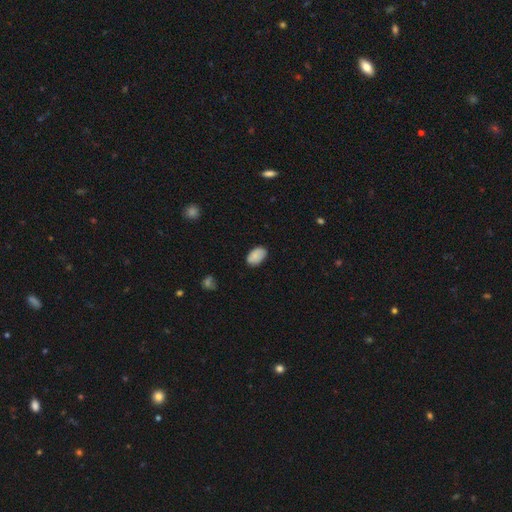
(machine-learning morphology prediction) Smooth or featured?
  - smooth: 83% *
  - featured or disk: 9%
  - star or artifact: 7%
How rounded?
  - in between: 93% *
  - round: 6%
  - cigar-shaped: 1%
Merging?
  - none: 79% *
  - minor disturbance: 17%
  - major disturbance: 3%
  - merger: 1%